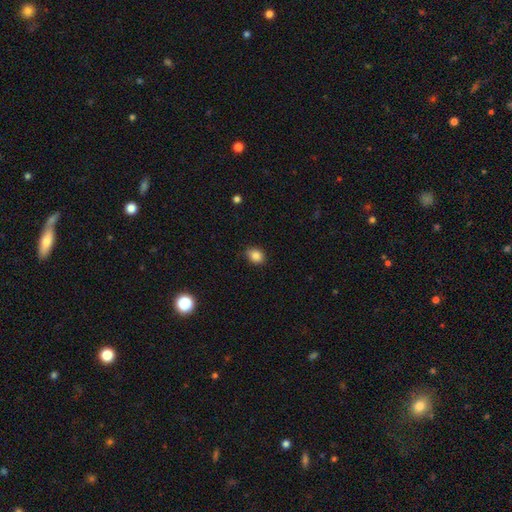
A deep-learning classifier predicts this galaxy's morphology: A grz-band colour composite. It shows a smooth galaxy with no disk features (86%) that is round (50%). Merging: none (84%).